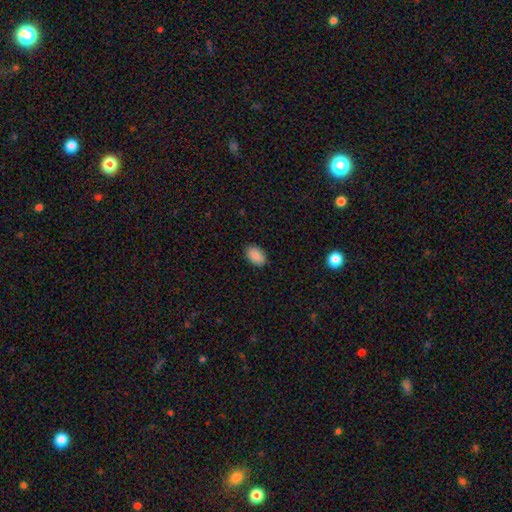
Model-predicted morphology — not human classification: Smooth or featured?
  - smooth: 90% *
  - star or artifact: 7%
  - featured or disk: 3%
How rounded?
  - in between: 91% *
  - round: 8%
  - cigar-shaped: 1%
Merging?
  - none: 88% *
  - minor disturbance: 9%
  - major disturbance: 2%
  - merger: 1%